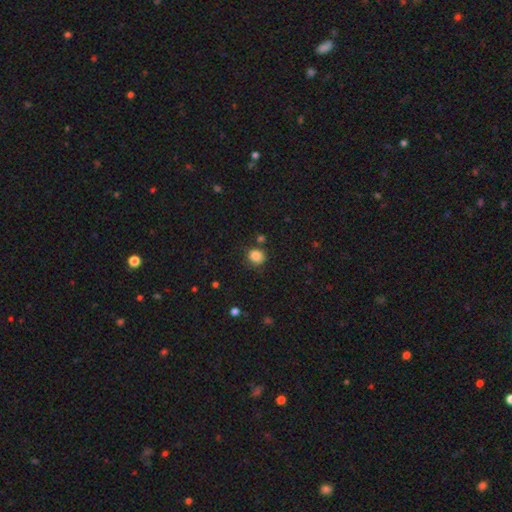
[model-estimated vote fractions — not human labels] Overall: smooth (84%). How rounded: round (83%). Merging: none (78%).